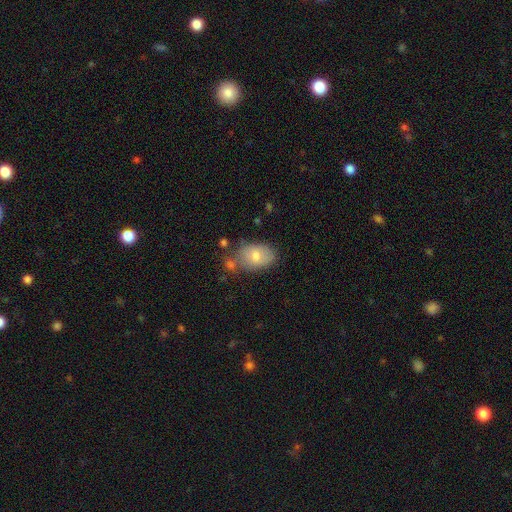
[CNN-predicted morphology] Smooth or featured? Predicted: smooth (p=0.74). How rounded? Predicted: in between (p=0.85). Merging? Predicted: none (p=0.61).